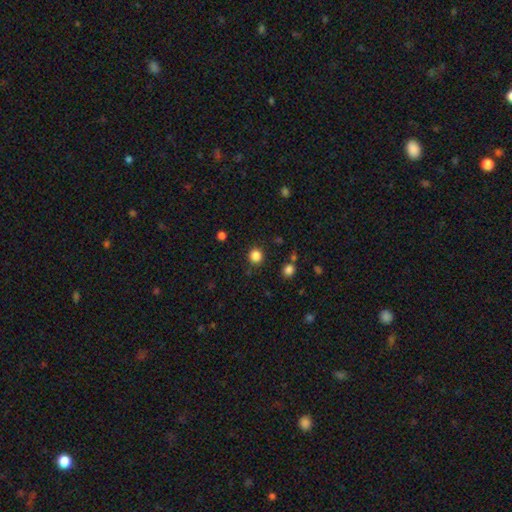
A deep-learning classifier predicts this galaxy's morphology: A smooth galaxy with no disk features (84%) that is round (90%).

Vote fractions:
- Smooth or featured? smooth: 84% / star or artifact: 12% / featured or disk: 3%
- How rounded? round: 90% / in between: 9% / cigar-shaped: 1%
- Merging? none: 88% / minor disturbance: 7% / major disturbance: 3% / merger: 2%